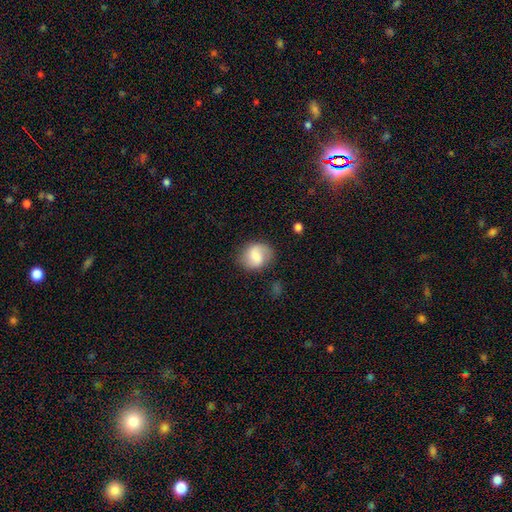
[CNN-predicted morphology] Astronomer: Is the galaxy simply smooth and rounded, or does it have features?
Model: smooth — 60%.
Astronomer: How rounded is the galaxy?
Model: round — 60% (runner-up: in between, 39%).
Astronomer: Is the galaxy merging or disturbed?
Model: none — 72%.